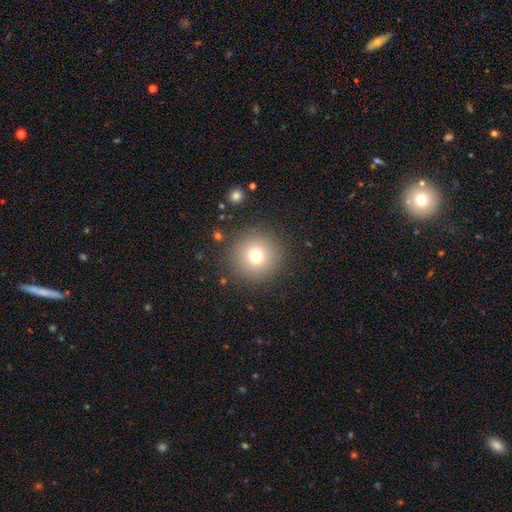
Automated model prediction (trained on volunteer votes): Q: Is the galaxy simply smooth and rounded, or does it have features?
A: smooth — 73%.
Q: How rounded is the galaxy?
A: round — 96%.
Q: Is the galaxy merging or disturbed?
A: none — 89%.